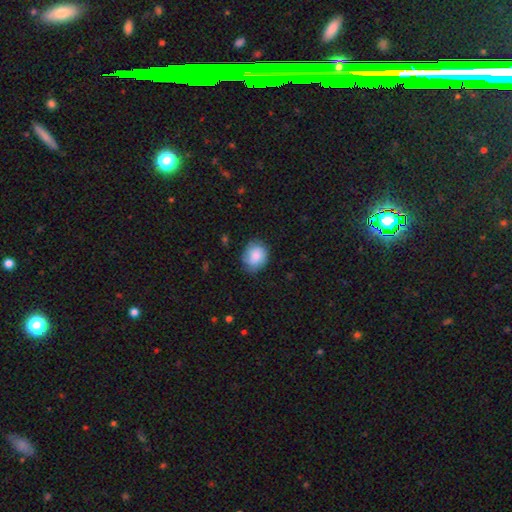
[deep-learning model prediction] smooth-or-featured: smooth: 79% | featured or disk: 14% | star or artifact: 7%
  how-rounded: round: 62% | in between: 37% | cigar-shaped: 1%
  merging: none: 71% | minor disturbance: 22% | major disturbance: 5% | merger: 1%